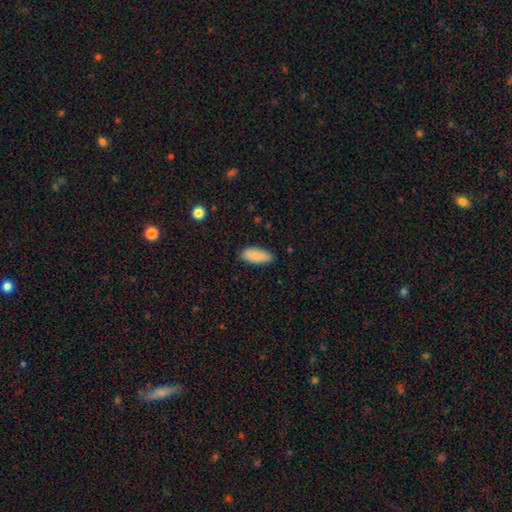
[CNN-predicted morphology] This is clearly a smooth galaxy (85%). How rounded: clearly in between (88%). Merging: clearly none (81%).